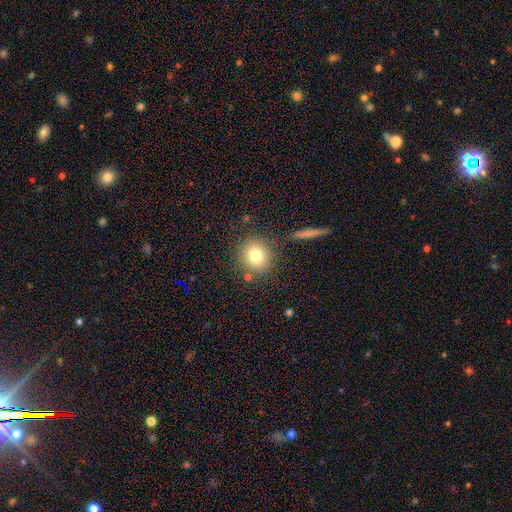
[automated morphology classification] The model was most divided on "smooth or featured": smooth: 79%, star or artifact: 11%, featured or disk: 10%. More confident: how rounded — round (87%); merging — none (81%).